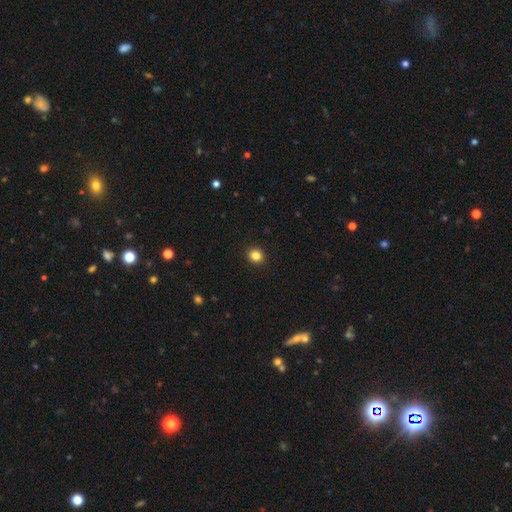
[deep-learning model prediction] A smooth galaxy with no disk features (84%) that is round (87%).

Vote fractions:
- Smooth or featured? smooth: 84% / star or artifact: 11% / featured or disk: 5%
- How rounded? round: 87% / in between: 12% / cigar-shaped: 1%
- Merging? none: 93% / minor disturbance: 5% / major disturbance: 2% / merger: 1%